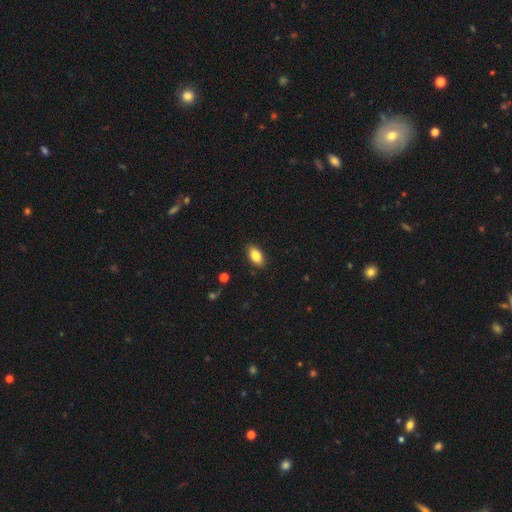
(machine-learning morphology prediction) smooth_or_featured: smooth (p=0.84) [alt: featured or disk p=0.09]
how_rounded: in between (p=0.90) [alt: round p=0.05]
merging: none (p=0.88) [alt: minor disturbance p=0.09]